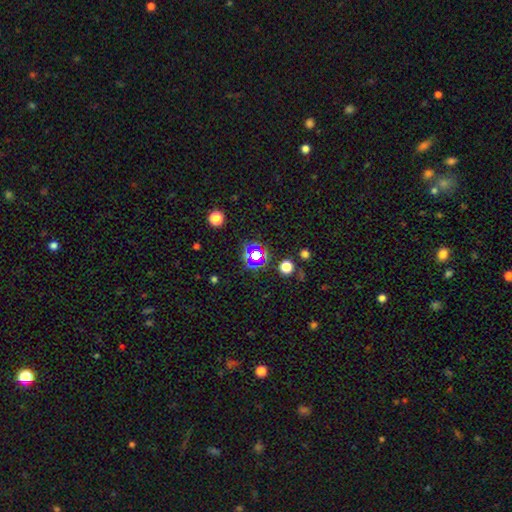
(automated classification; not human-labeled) Smooth or featured?
  - star or artifact: 66% *
  - smooth: 25%
  - featured or disk: 10%